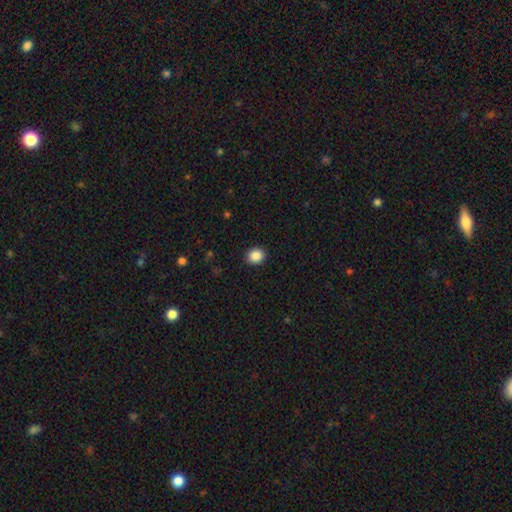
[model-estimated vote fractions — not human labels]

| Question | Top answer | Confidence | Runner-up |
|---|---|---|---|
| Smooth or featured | smooth | 88% | star or artifact (9%) |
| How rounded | round | 76% | in between (23%) |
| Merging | none | 91% | minor disturbance (6%) |